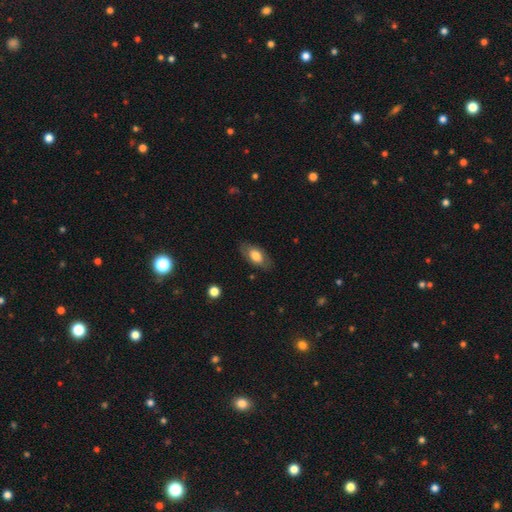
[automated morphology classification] Q: Smooth or featured?
A: smooth (68%); runner-up: featured or disk (25%)
Q: How rounded?
A: in between (90%); runner-up: cigar-shaped (5%)
Q: Merging?
A: none (81%); runner-up: minor disturbance (14%)